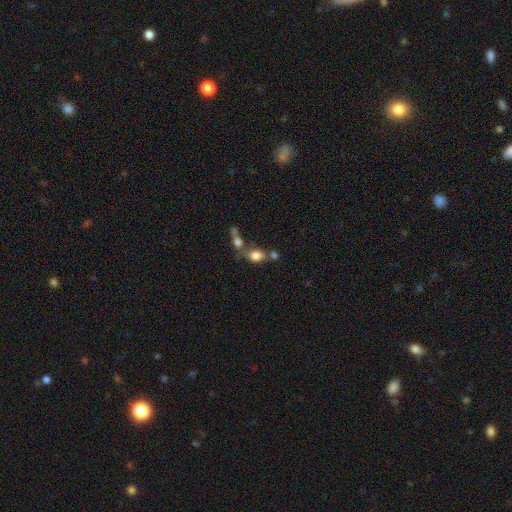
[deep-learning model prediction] smooth-or-featured: smooth: 78% | featured or disk: 11% | star or artifact: 11%
  how-rounded: in between: 71% | round: 26% | cigar-shaped: 3%
  merging: none: 41% | merger: 39% | minor disturbance: 12% | major disturbance: 7%